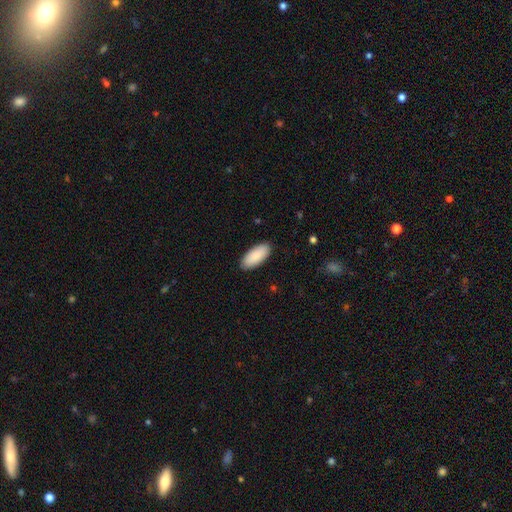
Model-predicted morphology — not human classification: smooth-or-featured: smooth: 89% | featured or disk: 6% | star or artifact: 6%
  how-rounded: in between: 89% | cigar-shaped: 9% | round: 1%
  merging: none: 89% | minor disturbance: 8% | major disturbance: 2% | merger: 1%